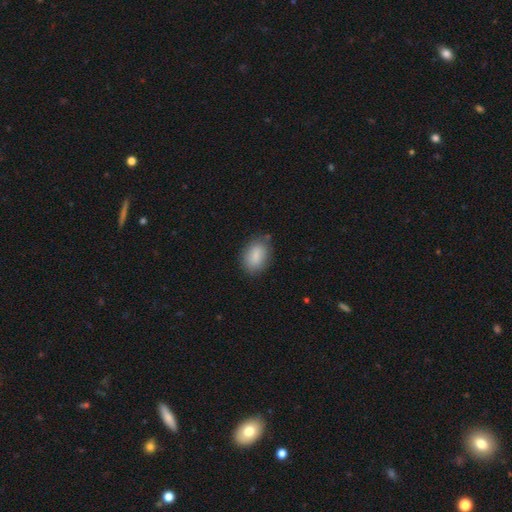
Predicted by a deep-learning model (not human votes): Overall: smooth (85%). How rounded: in between (84%). Merging: none (76%).